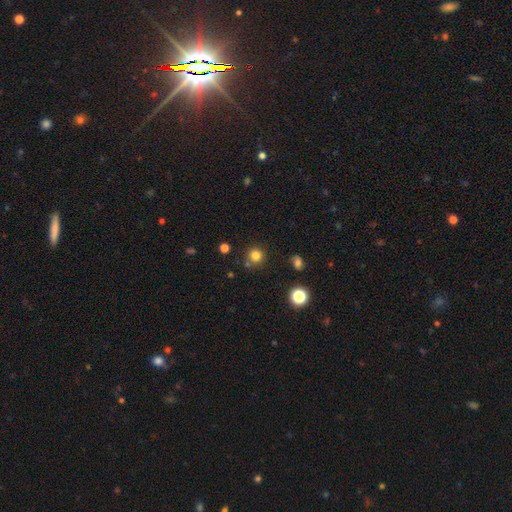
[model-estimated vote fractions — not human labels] A smooth galaxy with no disk features (81%) that is round (93%).

Vote fractions:
- Smooth or featured? smooth: 81% / star or artifact: 14% / featured or disk: 5%
- How rounded? round: 93% / in between: 6% / cigar-shaped: 1%
- Merging? none: 81% / minor disturbance: 9% / merger: 7% / major disturbance: 3%